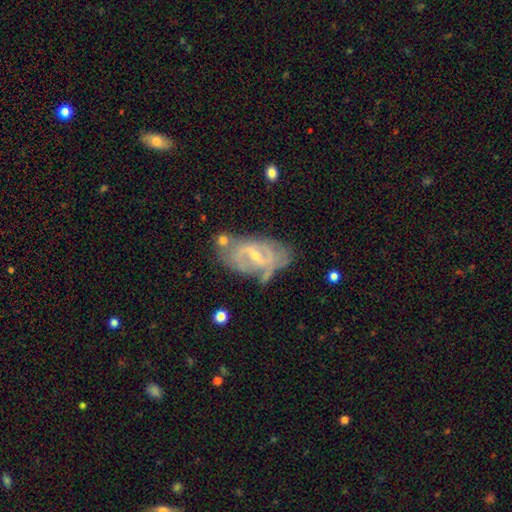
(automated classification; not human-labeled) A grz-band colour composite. It shows a featured or disk galaxy (80%) with a weak bar (49%), 2 (56%) tight (44%) spiral arms (85%) and a small central bulge (63%). Merging: none (54%).